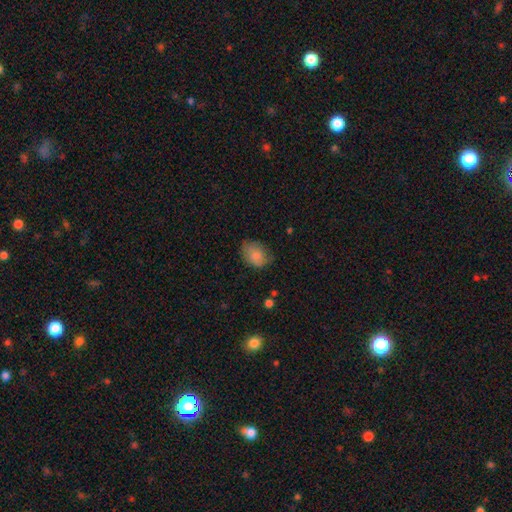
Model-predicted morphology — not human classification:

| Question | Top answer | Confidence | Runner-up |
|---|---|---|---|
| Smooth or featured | smooth | 83% | featured or disk (10%) |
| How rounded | in between | 68% | round (31%) |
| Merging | none | 64% | minor disturbance (27%) |